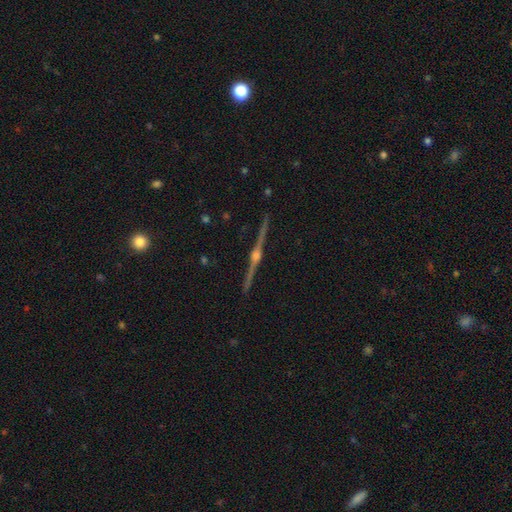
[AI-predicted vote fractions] Q: Smooth or featured?
A: featured or disk (90%); runner-up: star or artifact (6%)
Q: Edge-on disk?
A: yes (99%); runner-up: no (1%)
Q: Edge-on bulge?
A: rounded (94%); runner-up: boxy (4%)
Q: Merging?
A: none (93%); runner-up: minor disturbance (5%)